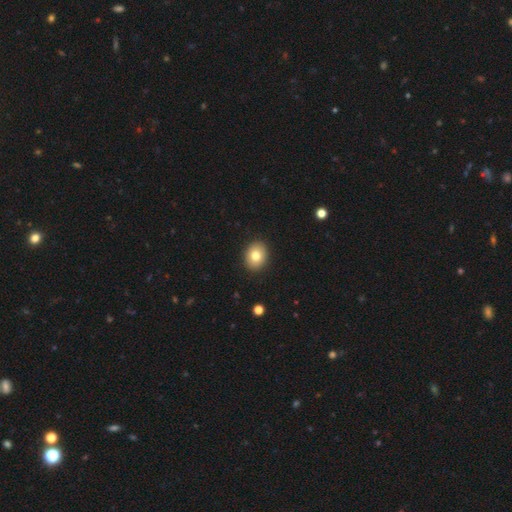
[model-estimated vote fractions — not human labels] A smooth galaxy with no disk features (80%) that is round (51%).

Vote fractions:
- Smooth or featured? smooth: 80% / featured or disk: 11% / star or artifact: 9%
- How rounded? round: 51% / in between: 48% / cigar-shaped: 1%
- Merging? none: 91% / minor disturbance: 6% / major disturbance: 2% / merger: 1%